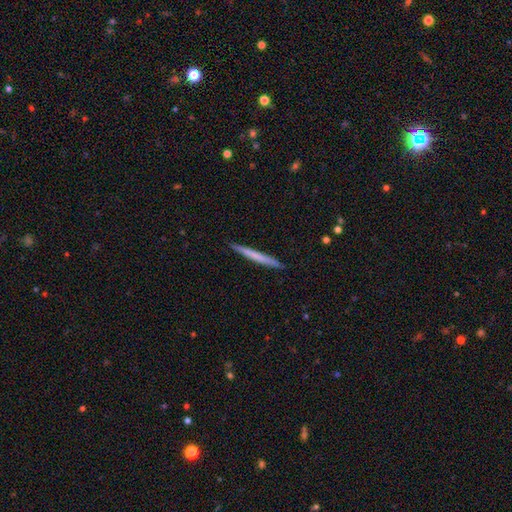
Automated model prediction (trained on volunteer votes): A smooth galaxy with no disk features (62%) that is cigar-shaped (97%).

Vote fractions:
- Smooth or featured? smooth: 62% / featured or disk: 33% / star or artifact: 6%
- How rounded? cigar-shaped: 97% / in between: 2% / round: 1%
- Merging? none: 91% / minor disturbance: 7% / major disturbance: 1% / merger: 1%